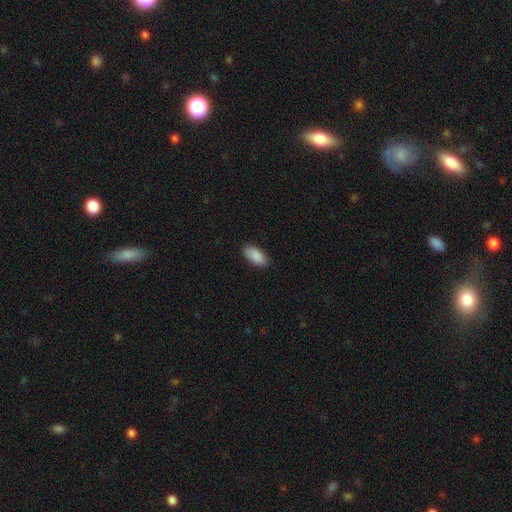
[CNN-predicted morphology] type=smooth (89%); roundness=in between (93%); merging=none (87%).